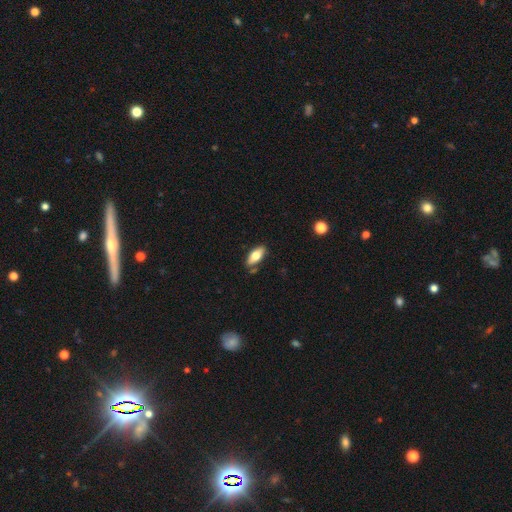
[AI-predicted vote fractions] Smooth or featured? Predicted: smooth (p=0.70). How rounded? Predicted: in between (p=0.82). Merging? Predicted: none (p=0.80).